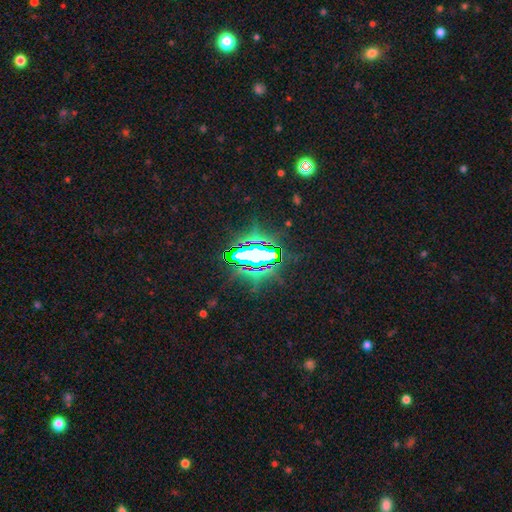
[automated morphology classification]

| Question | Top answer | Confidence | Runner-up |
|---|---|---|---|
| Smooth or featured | star or artifact | 73% | smooth (14%) |